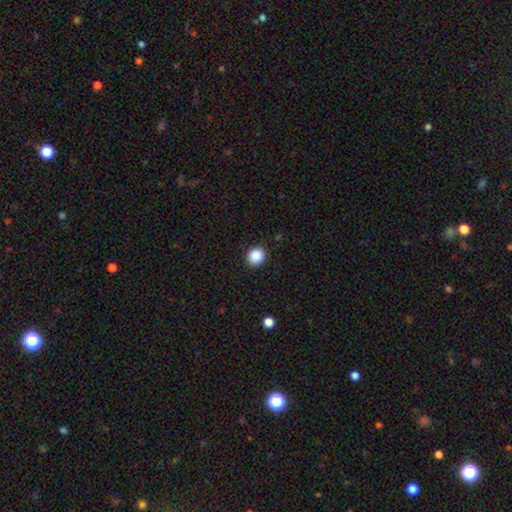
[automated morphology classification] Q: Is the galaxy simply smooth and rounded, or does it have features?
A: smooth — 89%.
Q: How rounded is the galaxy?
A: round — 84%.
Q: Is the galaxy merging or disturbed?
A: none — 90%.